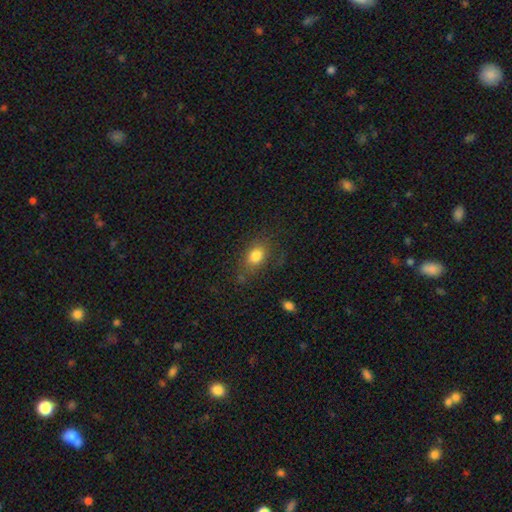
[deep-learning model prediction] smooth-or-featured: smooth: 79% | featured or disk: 11% | star or artifact: 10%
  how-rounded: in between: 68% | round: 29% | cigar-shaped: 2%
  merging: none: 69% | minor disturbance: 19% | major disturbance: 10% | merger: 2%